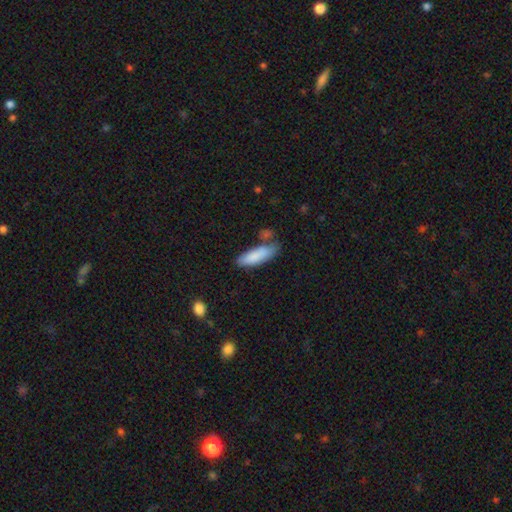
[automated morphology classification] type=smooth (85%); roundness=in between (51%); merging=none (60%).